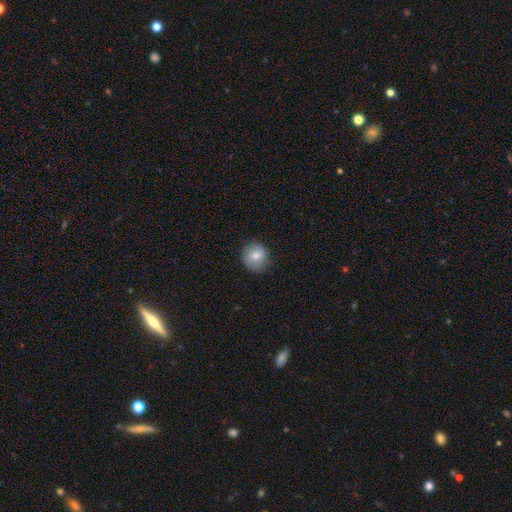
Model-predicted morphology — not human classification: smooth_or_featured: smooth (p=0.75) [alt: featured or disk p=0.16]
how_rounded: round (p=0.87) [alt: in between p=0.12]
merging: none (p=0.82) [alt: minor disturbance p=0.14]